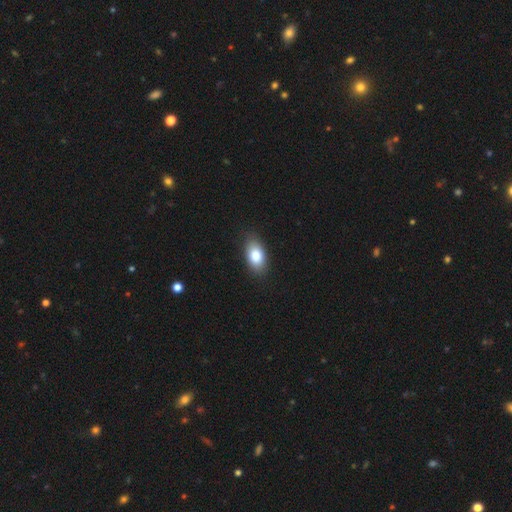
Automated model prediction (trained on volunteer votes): smooth-or-featured: smooth: 81% | featured or disk: 11% | star or artifact: 7%
  how-rounded: in between: 90% | round: 7% | cigar-shaped: 3%
  merging: none: 86% | minor disturbance: 10% | major disturbance: 2% | merger: 1%